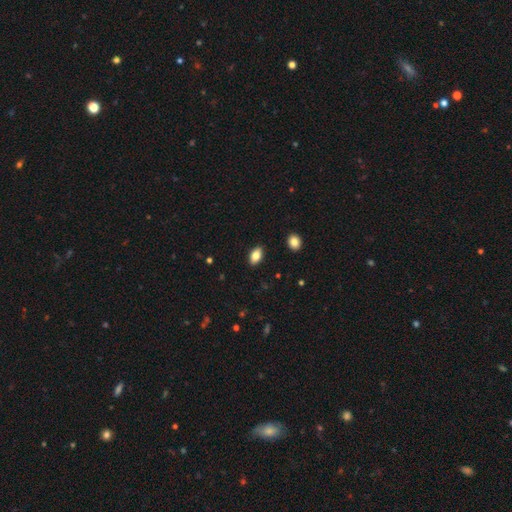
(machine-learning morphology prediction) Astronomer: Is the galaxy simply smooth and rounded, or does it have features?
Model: smooth — 82%.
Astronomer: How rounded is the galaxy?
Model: in between — 91%.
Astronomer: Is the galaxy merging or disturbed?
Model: none — 89%.